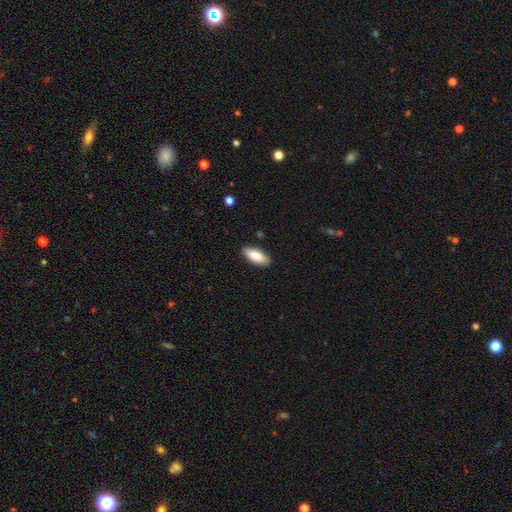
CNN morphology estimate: This is clearly a smooth galaxy (85%). How rounded: clearly in between (83%). Merging: clearly none (89%).